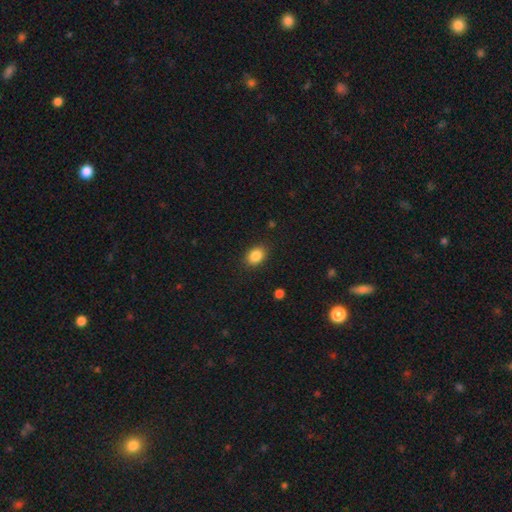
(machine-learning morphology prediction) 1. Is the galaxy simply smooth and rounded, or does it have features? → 86% smooth, 9% star or artifact, 5% featured or disk.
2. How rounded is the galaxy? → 70% in between, 28% round, 1% cigar-shaped.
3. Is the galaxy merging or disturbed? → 87% none, 9% minor disturbance, 3% major disturbance, 1% merger.